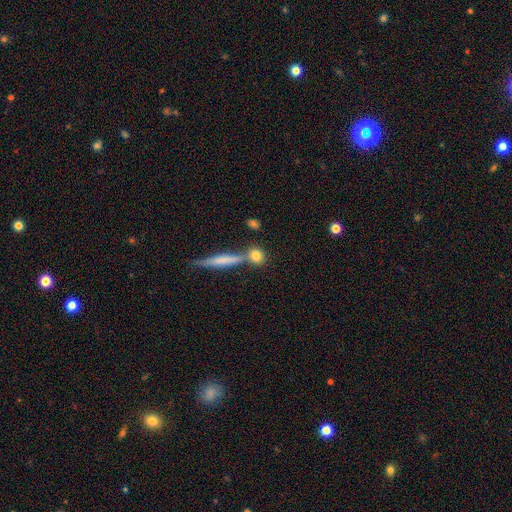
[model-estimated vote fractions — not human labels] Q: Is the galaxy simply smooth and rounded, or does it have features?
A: smooth — 77%.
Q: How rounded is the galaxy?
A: round — 71%.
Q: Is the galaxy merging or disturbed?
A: none — 66%.